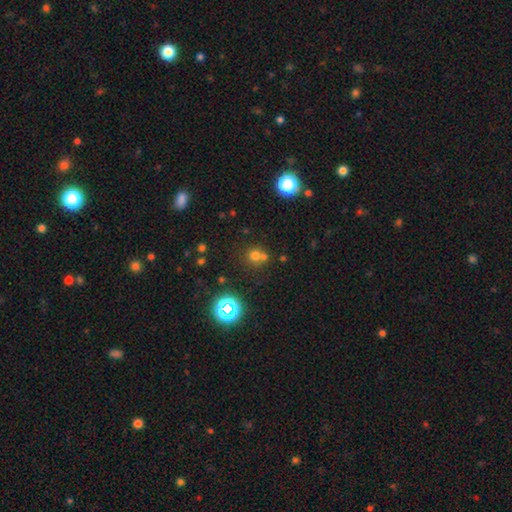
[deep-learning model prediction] smooth-or-featured: smooth: 61% | star or artifact: 28% | featured or disk: 10%
  how-rounded: round: 89% | in between: 10% | cigar-shaped: 1%
  merging: none: 57% | merger: 31% | minor disturbance: 8% | major disturbance: 3%